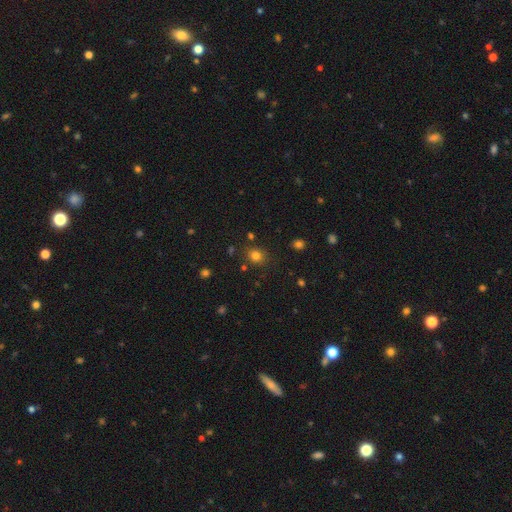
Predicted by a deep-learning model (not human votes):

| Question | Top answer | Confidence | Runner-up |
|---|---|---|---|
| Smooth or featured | smooth | 78% | star or artifact (16%) |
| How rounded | round | 69% | in between (30%) |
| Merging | none | 82% | minor disturbance (11%) |